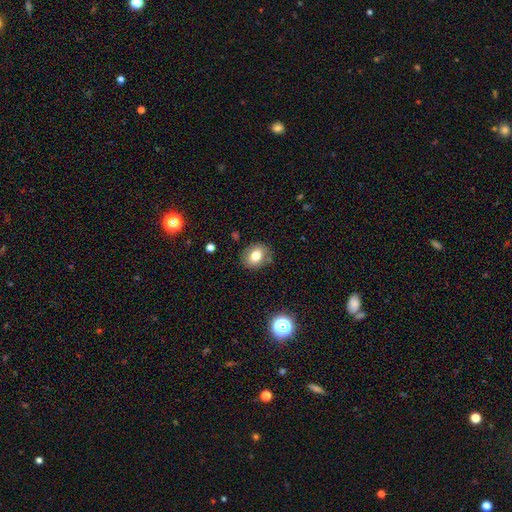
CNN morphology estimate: type=smooth (77%); roundness=round (52%); merging=none (82%).